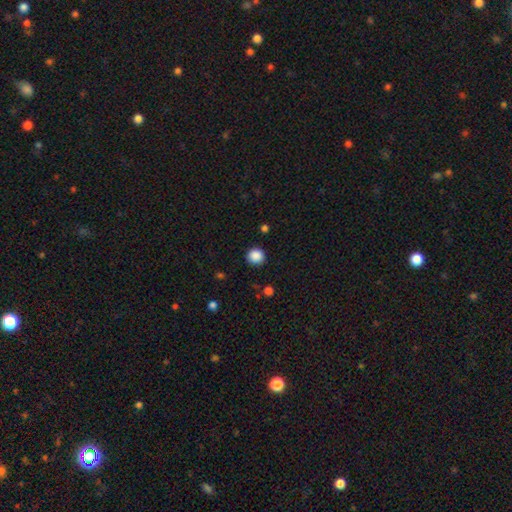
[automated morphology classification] This is clearly a smooth galaxy (88%). How rounded: clearly round (92%). Merging: clearly none (90%).